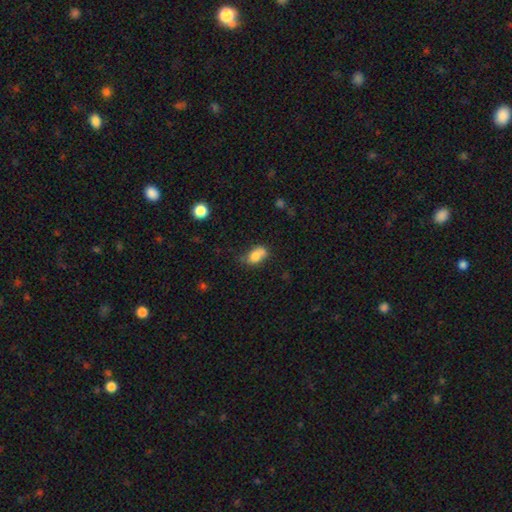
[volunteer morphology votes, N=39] A smooth galaxy with no disk features (82%) that is in between round and cigar-shaped (66%).

Vote fractions:
- Smooth or featured? smooth: 82% / featured or disk: 13% / star or artifact: 5%
- How rounded? in between: 66% / round: 34% / cigar-shaped: 0%
- Merging? none: 38% / merger: 27% / minor disturbance: 24% / major disturbance: 11%